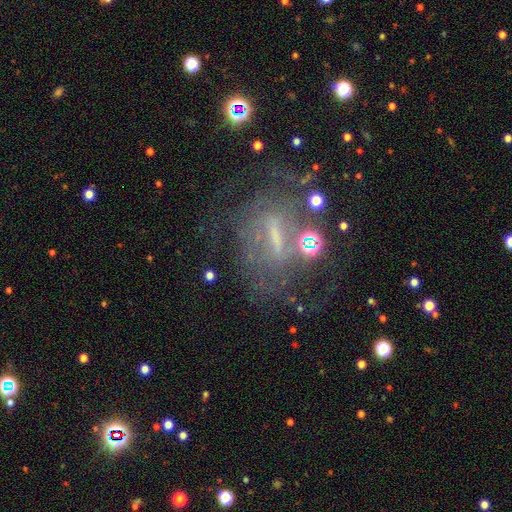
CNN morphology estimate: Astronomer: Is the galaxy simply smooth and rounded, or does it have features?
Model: featured or disk — 58%.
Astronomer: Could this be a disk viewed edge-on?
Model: no — 82%.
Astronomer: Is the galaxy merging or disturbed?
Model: none — 56%.